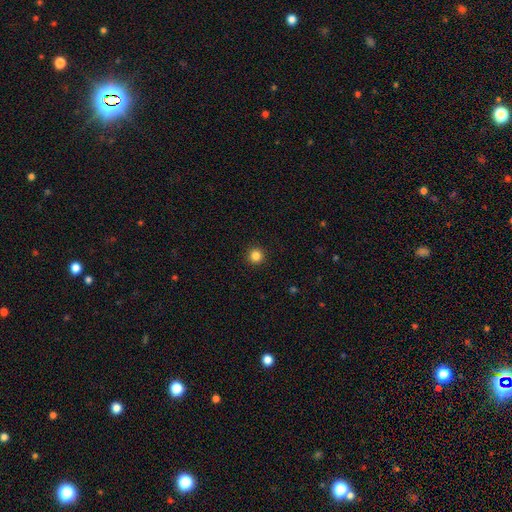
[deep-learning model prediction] This is clearly a smooth galaxy (85%). How rounded: clearly round (96%). Merging: clearly none (93%).